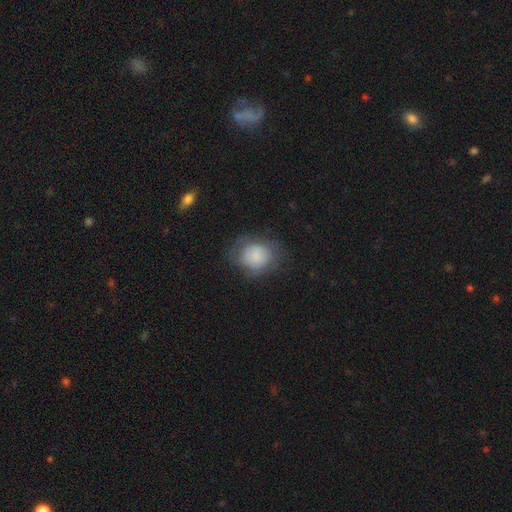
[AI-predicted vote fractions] Smooth or featured: smooth — 71% (featured or disk — 21%)
How rounded: round — 63% (in between — 36%)
Merging: none — 59% (minor disturbance — 24%)